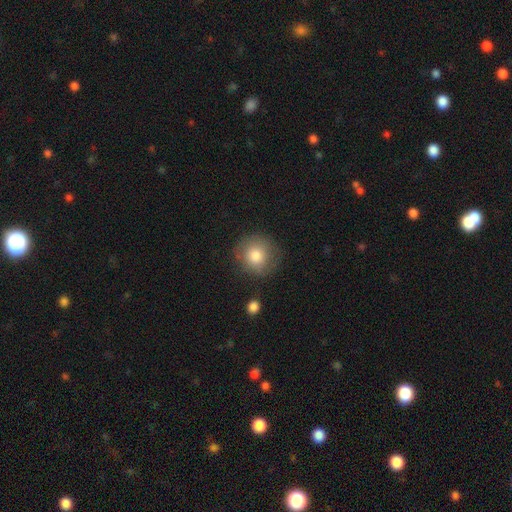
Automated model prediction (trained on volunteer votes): Q: Smooth or featured?
A: smooth (80%); runner-up: featured or disk (12%)
Q: How rounded?
A: round (91%); runner-up: in between (8%)
Q: Merging?
A: none (79%); runner-up: minor disturbance (14%)